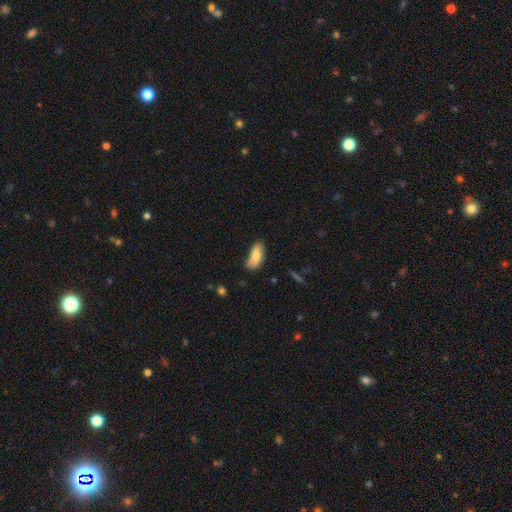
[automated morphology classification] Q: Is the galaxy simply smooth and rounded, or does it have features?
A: smooth — 77%.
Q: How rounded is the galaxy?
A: in between — 82%.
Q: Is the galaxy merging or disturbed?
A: none — 61%.